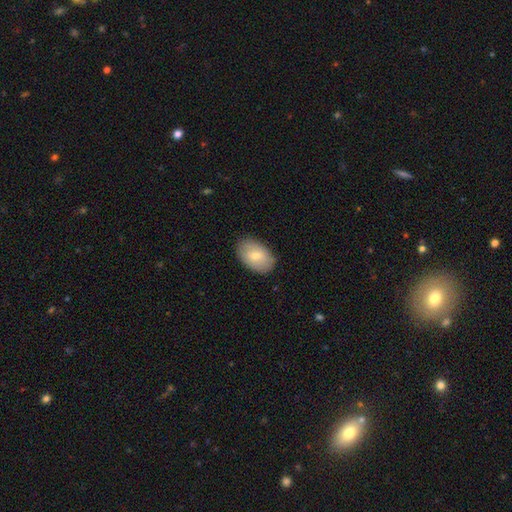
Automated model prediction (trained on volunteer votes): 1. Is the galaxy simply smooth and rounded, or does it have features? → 73% smooth, 20% featured or disk, 7% star or artifact.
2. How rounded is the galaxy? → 90% in between, 9% round, 1% cigar-shaped.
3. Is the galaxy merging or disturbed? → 86% none, 11% minor disturbance, 2% major disturbance, 1% merger.